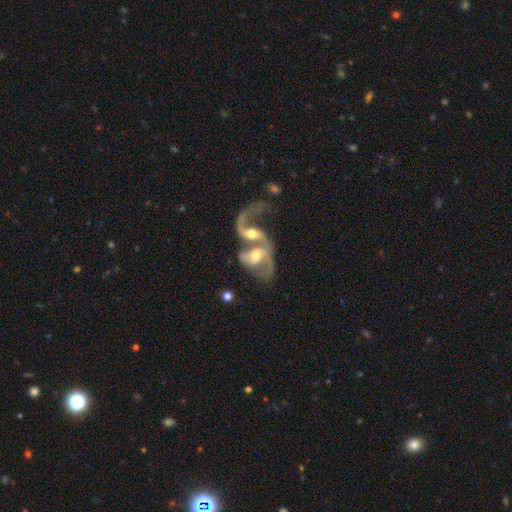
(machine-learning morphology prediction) Q: Smooth or featured?
A: featured or disk (77%); runner-up: smooth (16%)
Q: Edge-on disk?
A: no (96%); runner-up: yes (4%)
Q: Bar?
A: no (46%); runner-up: weak (39%)
Q: Spiral arms?
A: yes (87%); runner-up: no (13%)
Q: Spiral winding?
A: loose (62%); runner-up: medium (30%)
Q: Spiral arm count?
A: 2 (64%); runner-up: 1 (21%)
Q: Bulge size?
A: moderate (62%); runner-up: small (23%)
Q: Merging?
A: merger (79%); runner-up: major disturbance (9%)